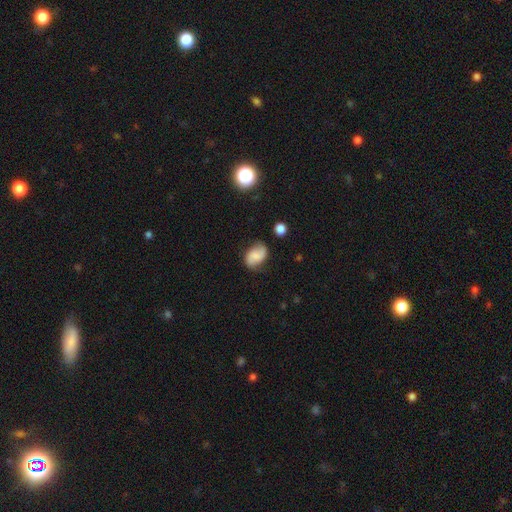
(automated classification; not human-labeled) Smooth or featured? featured or disk (49%)
Merging? none (71%)